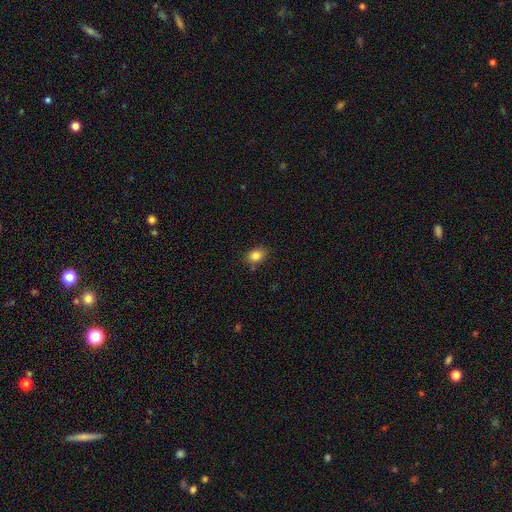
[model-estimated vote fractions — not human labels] The model was most divided on "how rounded": in between: 64%, round: 34%, cigar-shaped: 1%. More confident: smooth or featured — smooth (84%); merging — none (82%).